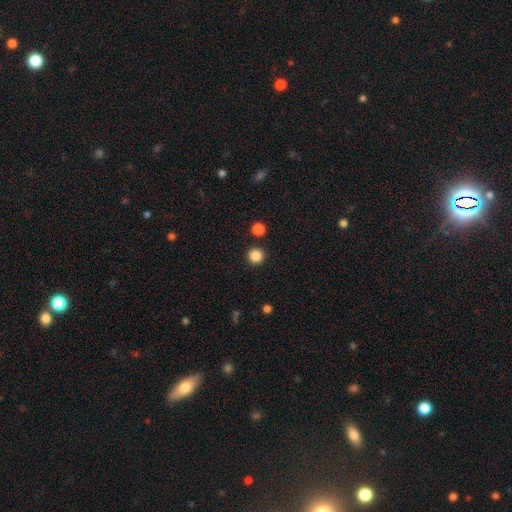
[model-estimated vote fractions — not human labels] Smooth or featured? Predicted: smooth (p=0.86). How rounded? Predicted: round (p=0.96). Merging? Predicted: none (p=0.91).